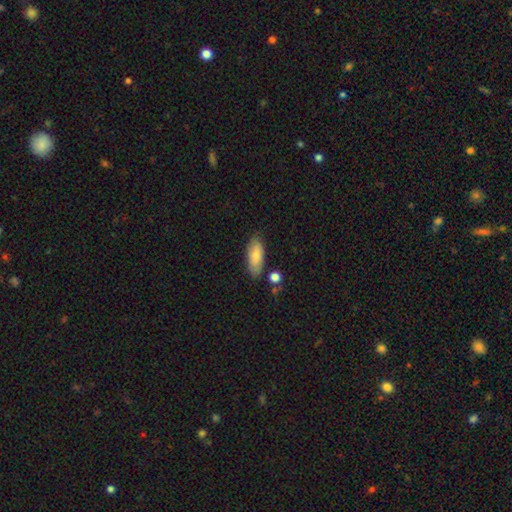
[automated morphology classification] Overall: smooth (80%). How rounded: in between (81%). Merging: none (76%).